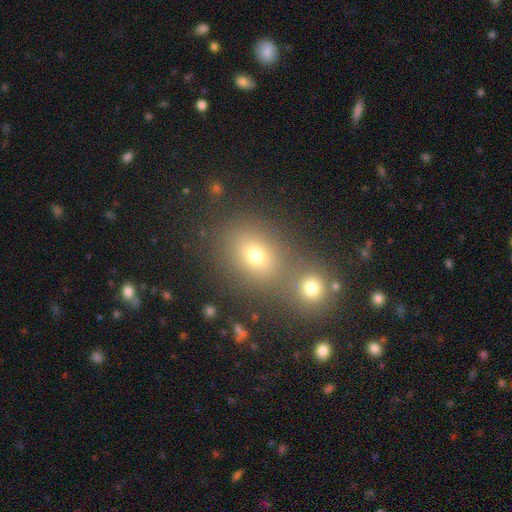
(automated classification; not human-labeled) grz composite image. It shows a smooth galaxy with no disk features (68%) that is round (54%). Merging: none (53%).